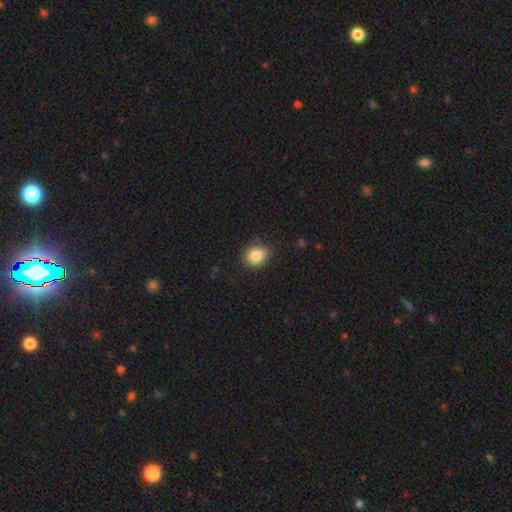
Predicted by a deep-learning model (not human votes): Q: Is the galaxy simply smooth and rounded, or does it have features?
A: smooth — 85%.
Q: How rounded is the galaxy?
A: round — 53%.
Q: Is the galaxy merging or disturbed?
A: none — 81%.